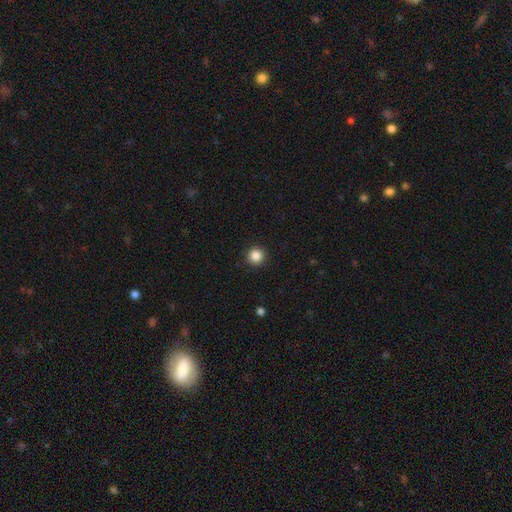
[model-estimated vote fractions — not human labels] Smooth or featured? Predicted: smooth (p=0.85). How rounded? Predicted: round (p=0.96). Merging? Predicted: none (p=0.93).